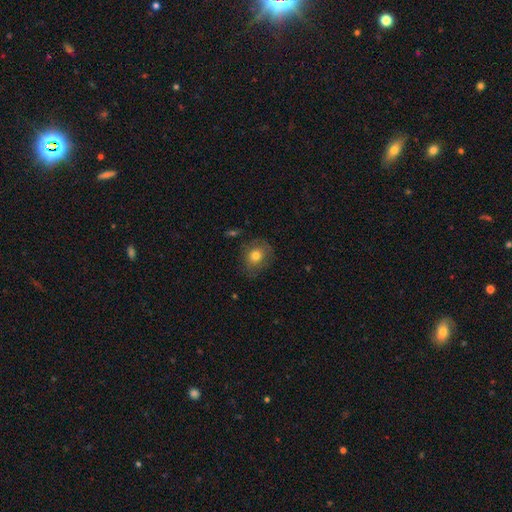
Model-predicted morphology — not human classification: Smooth or featured? smooth (70%)
How rounded? round (73%)
Merging? none (74%)